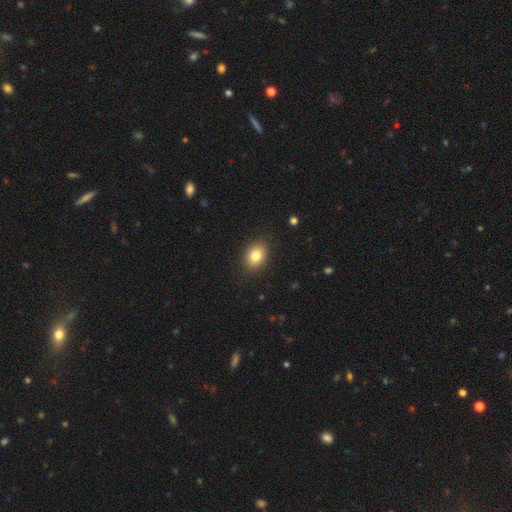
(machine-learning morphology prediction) Overall: smooth (81%). How rounded: in between (67%; round 32%). Merging: none (88%).